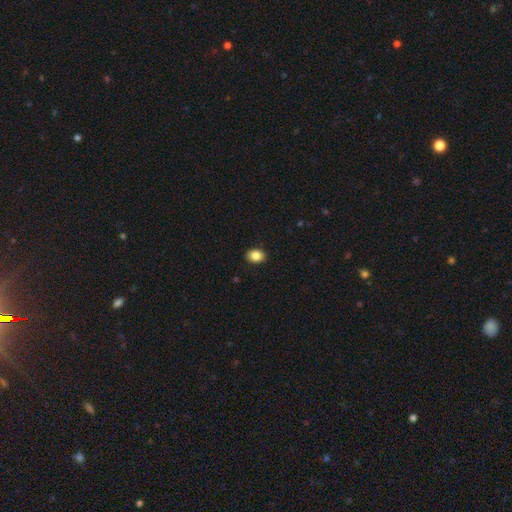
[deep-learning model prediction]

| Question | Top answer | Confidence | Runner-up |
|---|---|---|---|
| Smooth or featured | smooth | 86% | star or artifact (9%) |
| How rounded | in between | 64% | round (35%) |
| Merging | none | 90% | minor disturbance (7%) |